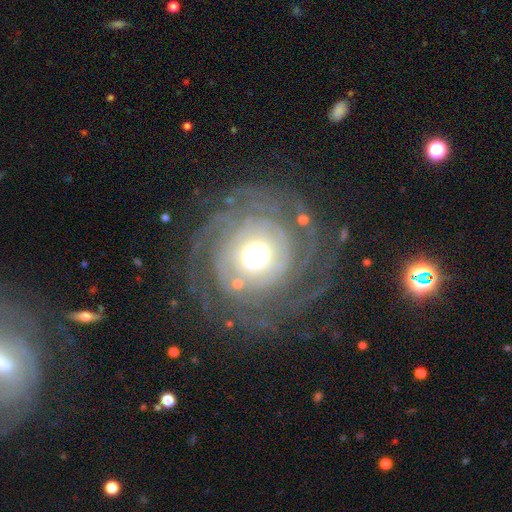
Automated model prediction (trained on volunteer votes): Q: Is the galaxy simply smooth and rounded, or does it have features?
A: featured or disk — 86%.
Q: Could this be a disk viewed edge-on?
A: no — 97%.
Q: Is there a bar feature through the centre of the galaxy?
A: no — 74%.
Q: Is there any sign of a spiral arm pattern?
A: yes — 95%.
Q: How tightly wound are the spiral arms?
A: tight — 81%.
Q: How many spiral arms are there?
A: can't tell — 31%.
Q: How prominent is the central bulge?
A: moderate — 59%.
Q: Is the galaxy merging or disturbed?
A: none — 79%.